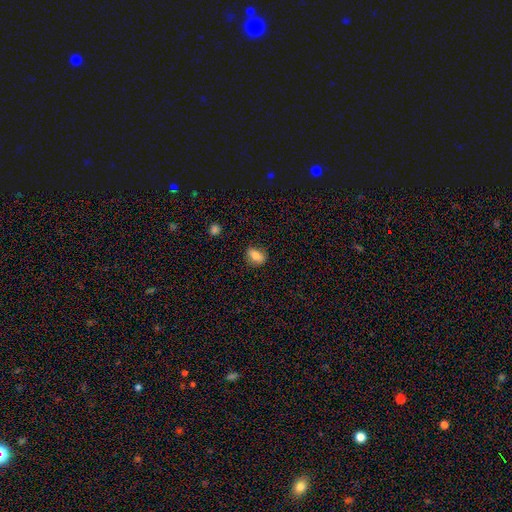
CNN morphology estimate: A smooth galaxy with no disk features (75%) that is in between round and cigar-shaped (74%).

Vote fractions:
- Smooth or featured? smooth: 75% / featured or disk: 16% / star or artifact: 9%
- How rounded? in between: 74% / round: 21% / cigar-shaped: 5%
- Merging? none: 82% / minor disturbance: 14% / major disturbance: 3% / merger: 1%